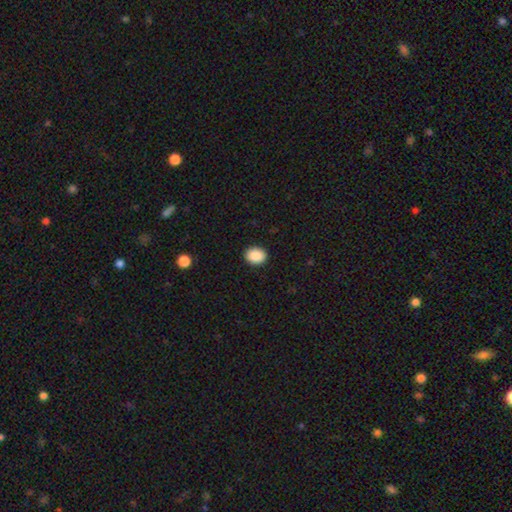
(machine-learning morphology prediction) smooth_or_featured: smooth (p=0.88) [alt: star or artifact p=0.08]
how_rounded: in between (p=0.50) [alt: round p=0.49]
merging: none (p=0.91) [alt: minor disturbance p=0.06]